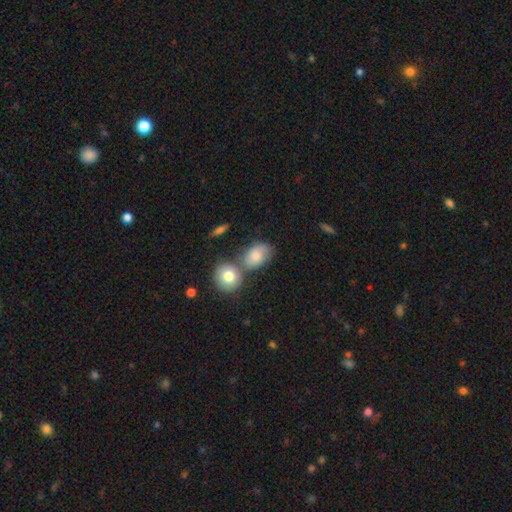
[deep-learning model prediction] The model was most divided on "merging": none: 45%, merger: 32%, minor disturbance: 17%, major disturbance: 6%. More confident: smooth or featured — smooth (73%); how rounded — in between (72%).